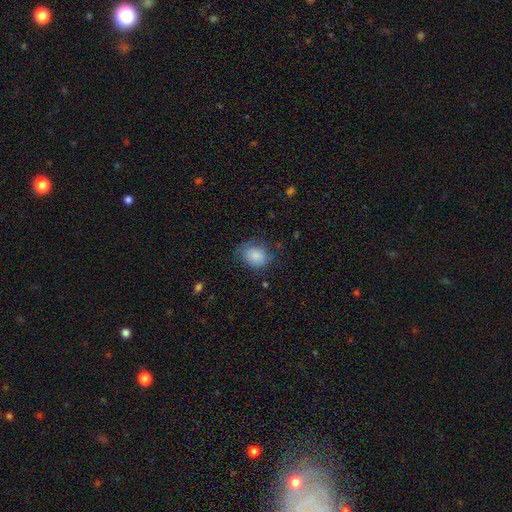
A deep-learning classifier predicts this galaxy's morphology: Smooth or featured? Predicted: smooth (p=0.82). How rounded? Predicted: in between (p=0.51). Merging? Predicted: none (p=0.59).